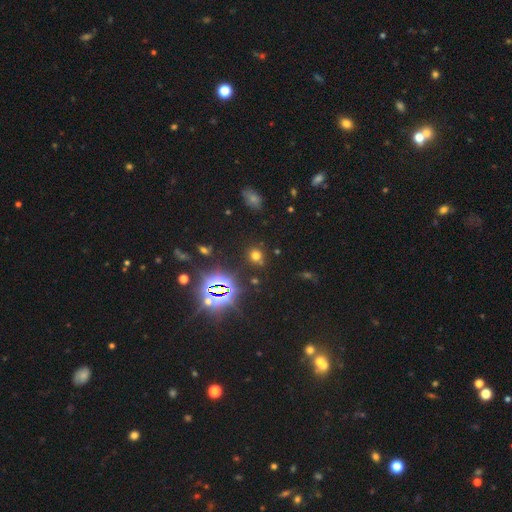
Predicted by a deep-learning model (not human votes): A smooth galaxy with no disk features (57%) that is round (82%).

Vote fractions:
- Smooth or featured? smooth: 57% / star or artifact: 35% / featured or disk: 8%
- How rounded? round: 82% / in between: 17% / cigar-shaped: 1%
- Merging? none: 80% / minor disturbance: 10% / merger: 6% / major disturbance: 4%